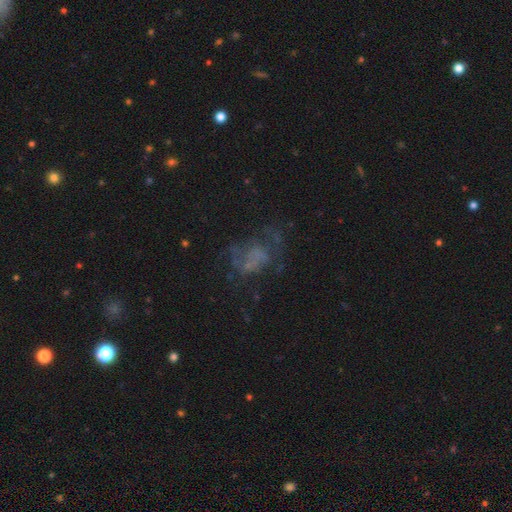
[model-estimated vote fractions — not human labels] This appears to be a featured or disk galaxy (46%). Merging: none (41%).